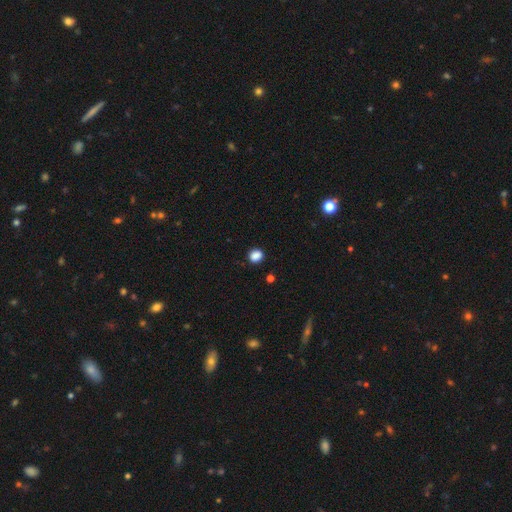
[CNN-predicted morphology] A smooth galaxy with no disk features (86%) that is round (72%). Merging: none (88%).